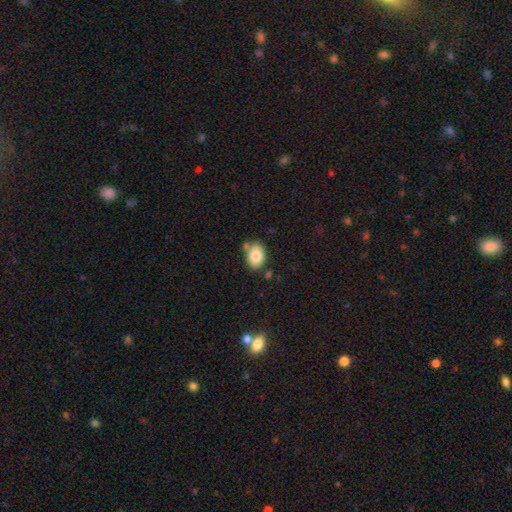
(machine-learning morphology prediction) Smooth or featured? Predicted: smooth (p=0.83). How rounded? Predicted: in between (p=0.80). Merging? Predicted: none (p=0.70).